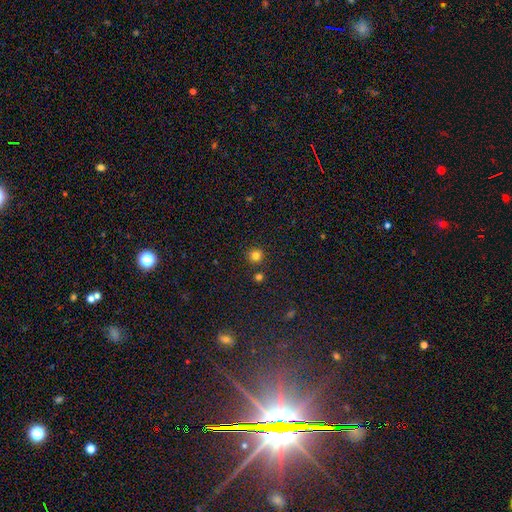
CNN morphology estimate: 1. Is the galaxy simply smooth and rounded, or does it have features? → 81% smooth, 15% star or artifact, 5% featured or disk.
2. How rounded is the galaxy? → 93% round, 6% in between, 1% cigar-shaped.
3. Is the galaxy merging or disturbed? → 86% none, 6% minor disturbance, 6% merger, 2% major disturbance.